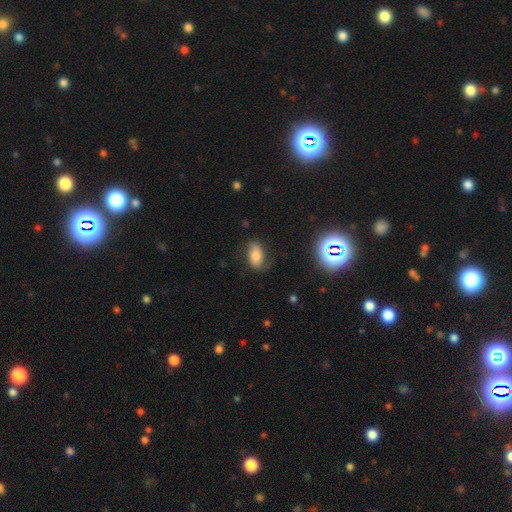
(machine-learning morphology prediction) A smooth galaxy with no disk features (51%) that is in between round and cigar-shaped (87%). Merging: none (63%).